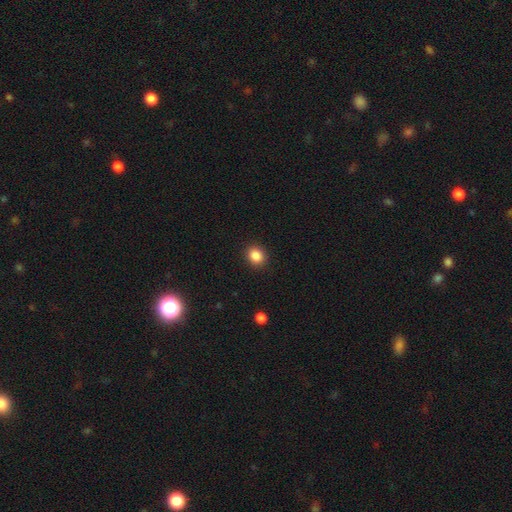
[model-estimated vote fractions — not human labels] Q: Smooth or featured?
A: smooth (87%); runner-up: star or artifact (10%)
Q: How rounded?
A: round (67%); runner-up: in between (32%)
Q: Merging?
A: none (91%); runner-up: minor disturbance (6%)